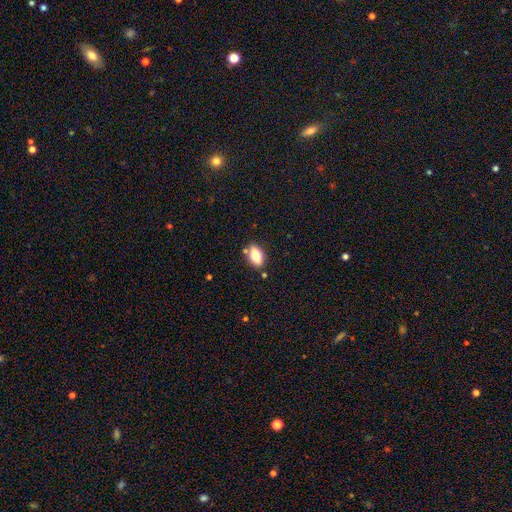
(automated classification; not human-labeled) Morphology: type=smooth (77%); roundness=in between (88%); merging=none (79%).